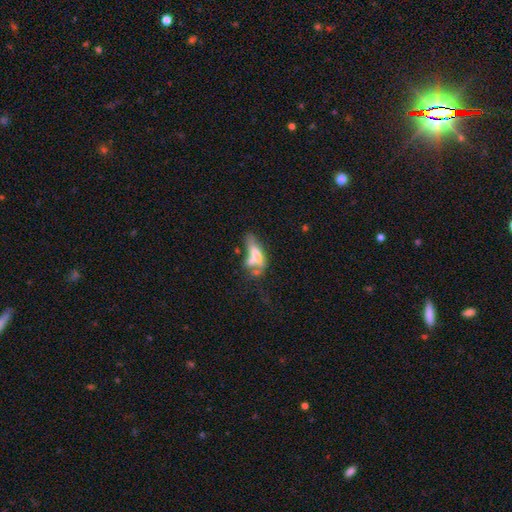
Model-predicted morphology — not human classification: Smooth or featured? smooth (53%)
How rounded? in between (57%)
Merging? merger (41%)